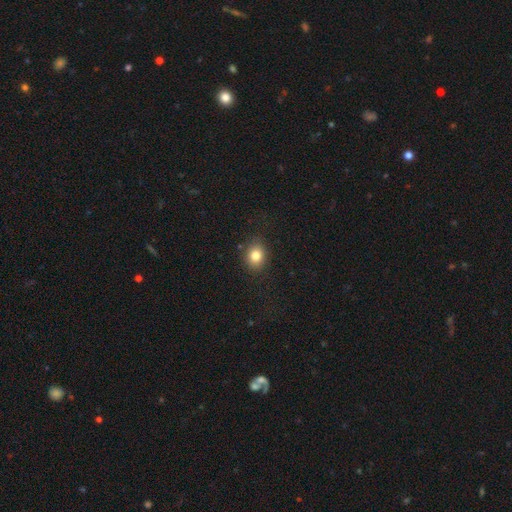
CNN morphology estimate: Overall: smooth (82%). How rounded: round (56%; in between 43%). Merging: none (86%).